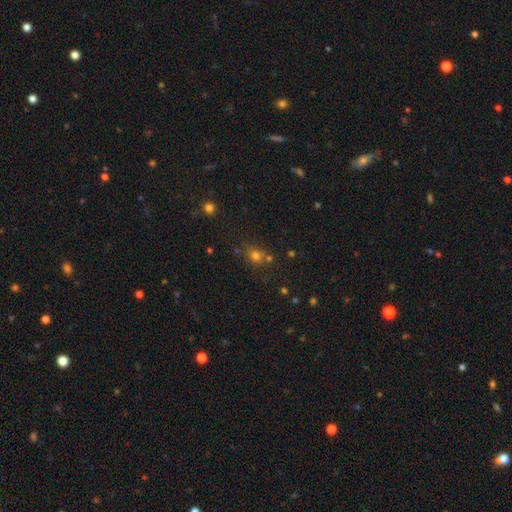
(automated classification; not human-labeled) Overall: smooth (71%). How rounded: round (73%). Merging: none (64%).